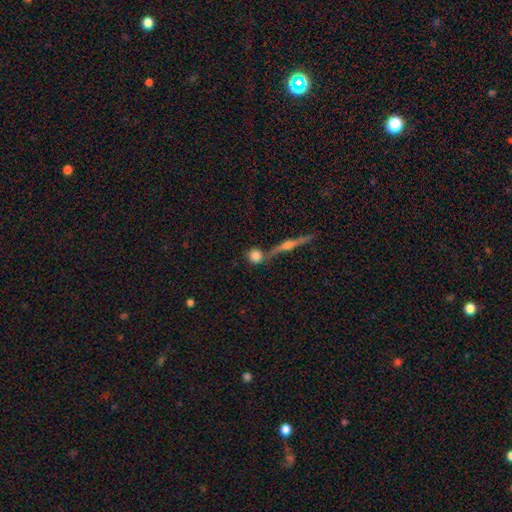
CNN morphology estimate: smooth_or_featured: smooth (p=0.77) [alt: featured or disk p=0.13]
how_rounded: round (p=0.86) [alt: in between p=0.09]
merging: none (p=0.64) [alt: merger p=0.21]